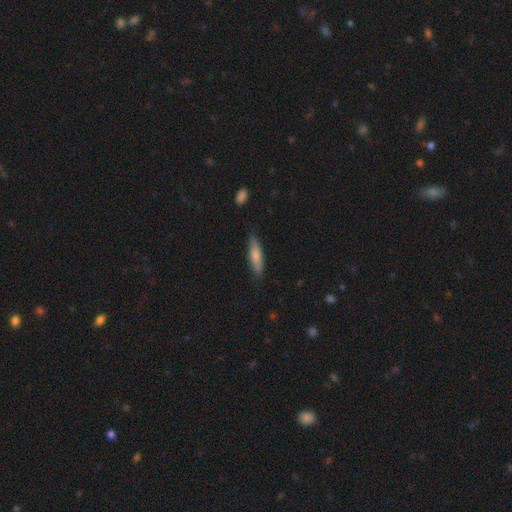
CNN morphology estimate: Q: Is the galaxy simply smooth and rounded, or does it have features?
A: smooth — 73%.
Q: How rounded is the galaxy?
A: cigar-shaped — 71%.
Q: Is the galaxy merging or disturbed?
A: none — 81%.